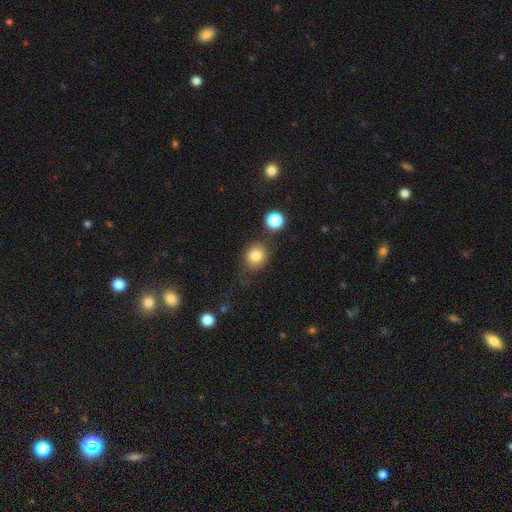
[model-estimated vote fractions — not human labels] Smooth or featured? Predicted: smooth (p=0.82). How rounded? Predicted: round (p=0.74). Merging? Predicted: none (p=0.72).